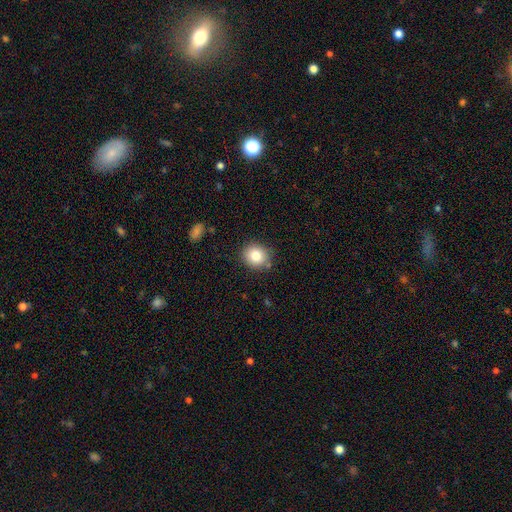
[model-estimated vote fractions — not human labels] smooth_or_featured: smooth (p=0.81) [alt: star or artifact p=0.10]
how_rounded: round (p=0.81) [alt: in between p=0.18]
merging: none (p=0.84) [alt: minor disturbance p=0.11]